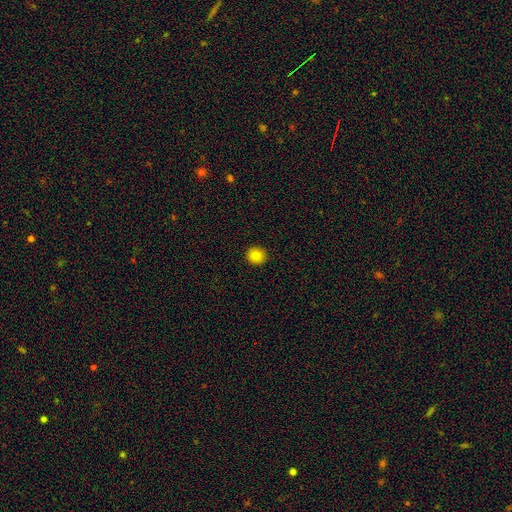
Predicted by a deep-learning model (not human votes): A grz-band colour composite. It shows a smooth galaxy with no disk features (83%) that is round (93%). Merging: none (93%).